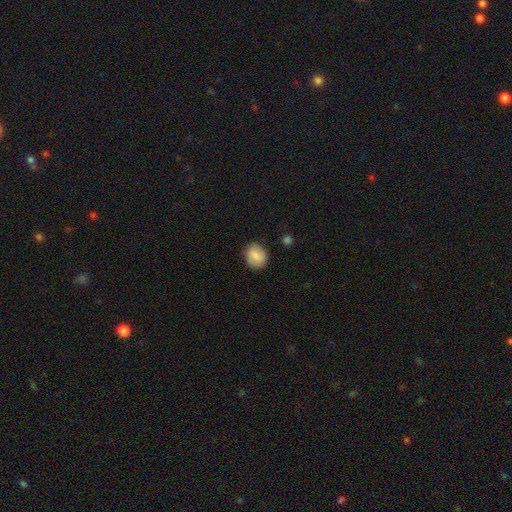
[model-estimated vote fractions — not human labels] Smooth or featured? smooth (82%)
How rounded? round (73%)
Merging? none (85%)